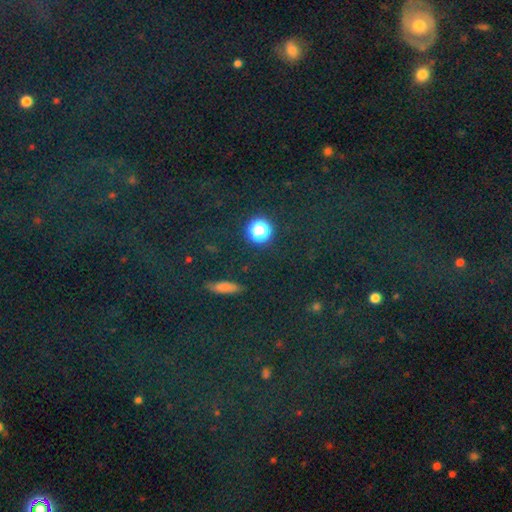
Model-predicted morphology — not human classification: Q: Smooth or featured?
A: star or artifact (58%); runner-up: smooth (32%)